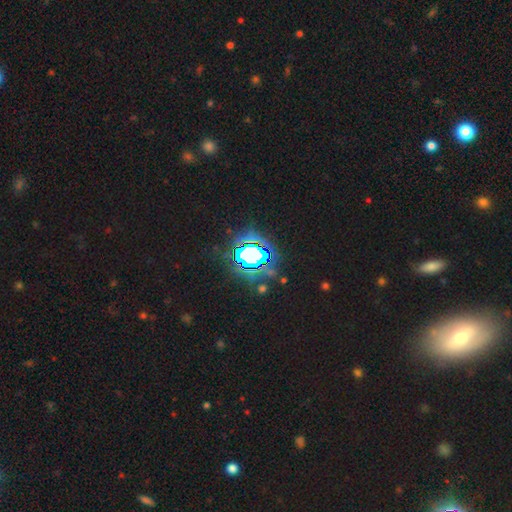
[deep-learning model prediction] The model was most divided on "smooth or featured": star or artifact: 81%, smooth: 12%, featured or disk: 7%.